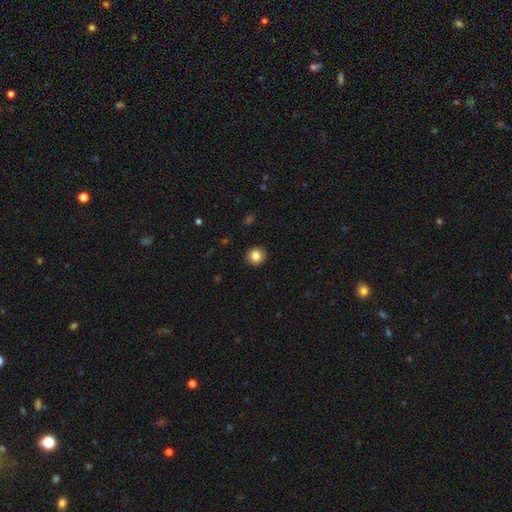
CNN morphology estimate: smooth 85%, star or artifact 10%, featured or disk 6%. Down the decision tree: how rounded — round (91%); merging — none (91%).